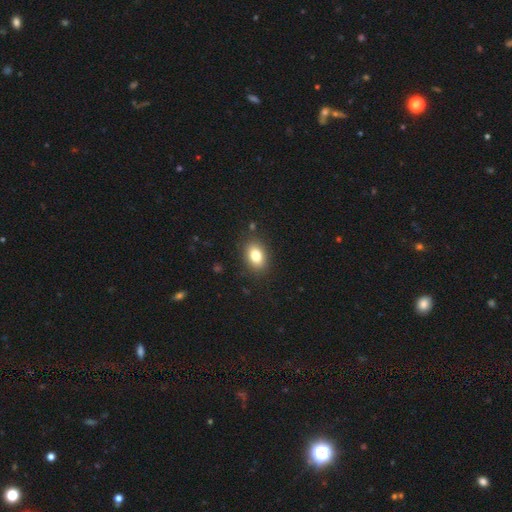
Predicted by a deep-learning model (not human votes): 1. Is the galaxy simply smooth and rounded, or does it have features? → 81% smooth, 10% featured or disk, 9% star or artifact.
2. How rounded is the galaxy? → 78% in between, 20% round, 1% cigar-shaped.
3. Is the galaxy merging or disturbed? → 87% none, 9% minor disturbance, 3% major disturbance, 1% merger.